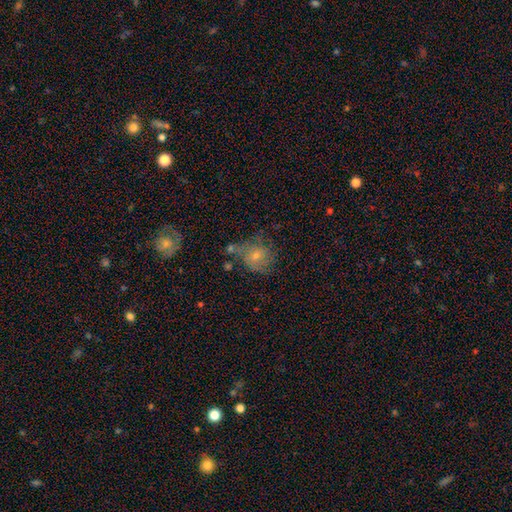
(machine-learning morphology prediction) Smooth or featured: featured or disk — 48% (smooth — 36%)
Merging: none — 56% (minor disturbance — 21%)